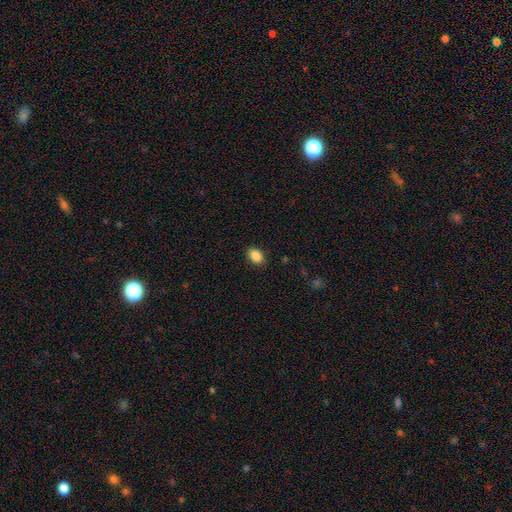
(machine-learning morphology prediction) smooth-or-featured: smooth: 88% | star or artifact: 9% | featured or disk: 3%
  how-rounded: in between: 77% | round: 22% | cigar-shaped: 1%
  merging: none: 88% | minor disturbance: 9% | major disturbance: 2% | merger: 1%